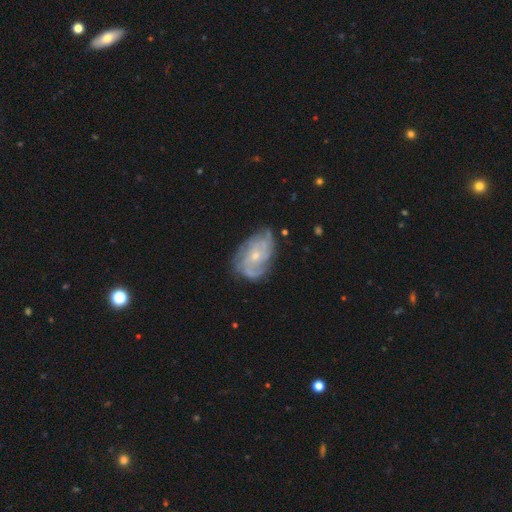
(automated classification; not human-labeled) This is likely a featured or disk galaxy (80%). It is clearly not viewed edge-on (97%). Bar: likely no (74%). Spiral arm pattern: clearly yes (91%). Spiral arm count: marginally can't tell (34%). Spiral winding: possibly tight (50%). Central bulge: likely small (66%). Merging: likely none (66%).